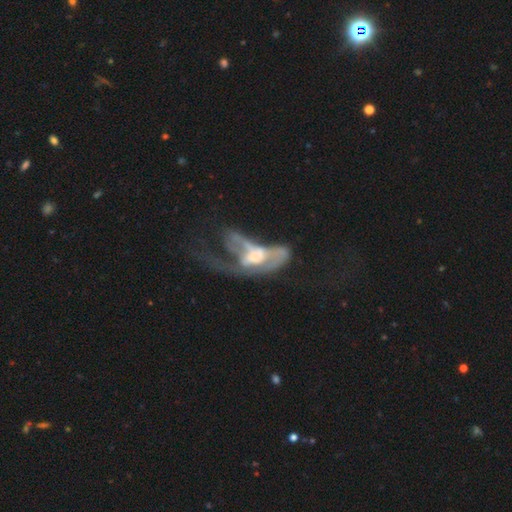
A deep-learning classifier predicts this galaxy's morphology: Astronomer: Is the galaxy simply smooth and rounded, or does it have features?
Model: featured or disk — 62%.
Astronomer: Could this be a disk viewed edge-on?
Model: no — 88%.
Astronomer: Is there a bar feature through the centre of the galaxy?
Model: no — 67%.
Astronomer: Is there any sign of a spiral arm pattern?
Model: no — 62% (runner-up: yes, 38%).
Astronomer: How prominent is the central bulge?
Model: moderate — 42% (runner-up: large, 25%).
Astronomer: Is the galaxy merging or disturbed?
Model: major disturbance — 62%.